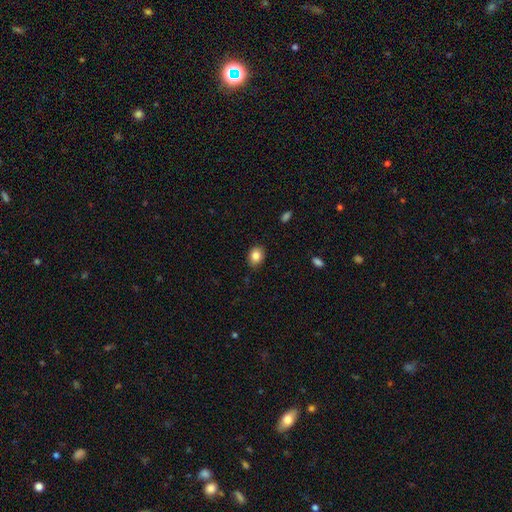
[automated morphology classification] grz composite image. It shows a smooth galaxy with no disk features (85%) that is in between round and cigar-shaped (57%). Merging: none (86%).